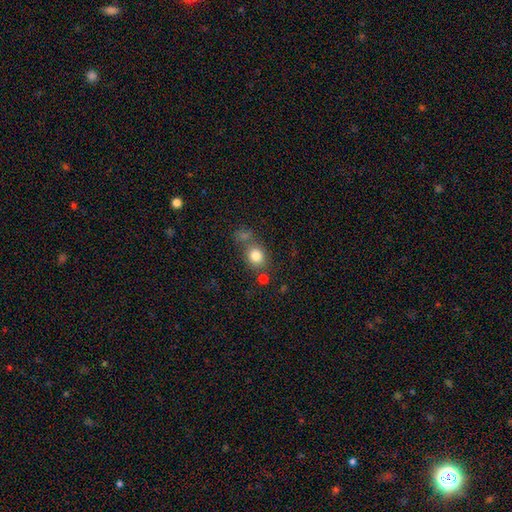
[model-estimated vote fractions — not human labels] smooth 81%, star or artifact 11%, featured or disk 8%. Down the decision tree: how rounded — round (73%); merging — none (61%).